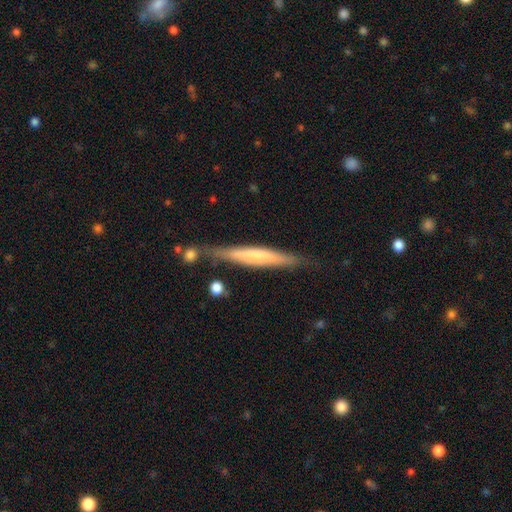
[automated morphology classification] Q: Smooth or featured?
A: smooth (48%); runner-up: featured or disk (46%)
Q: Merging?
A: none (75%); runner-up: minor disturbance (16%)